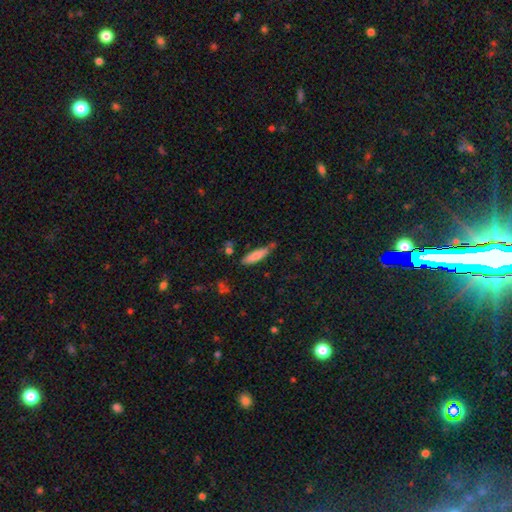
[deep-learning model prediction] Morphology: type=smooth (81%); roundness=cigar-shaped (69%); merging=none (66%).